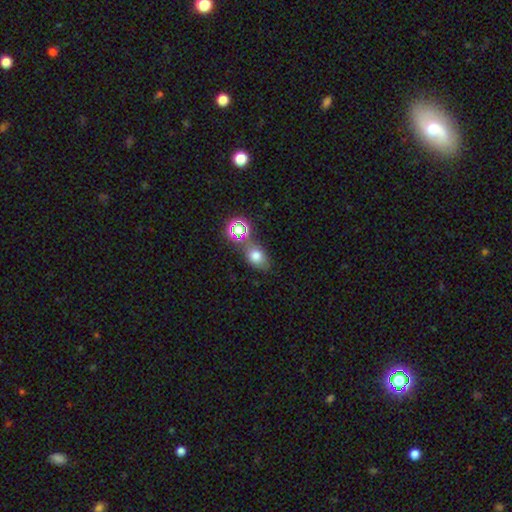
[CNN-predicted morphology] Smooth or featured? smooth (70%)
How rounded? in between (69%)
Merging? none (64%)